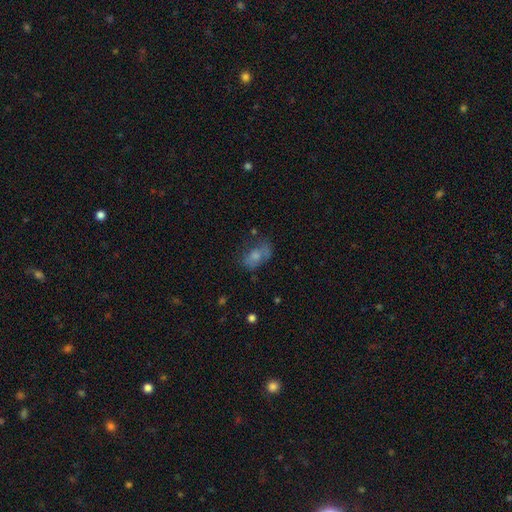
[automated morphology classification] smooth-or-featured: smooth: 62% | featured or disk: 26% | star or artifact: 12%
  how-rounded: in between: 85% | round: 12% | cigar-shaped: 3%
  merging: none: 43% | minor disturbance: 28% | major disturbance: 23% | merger: 6%